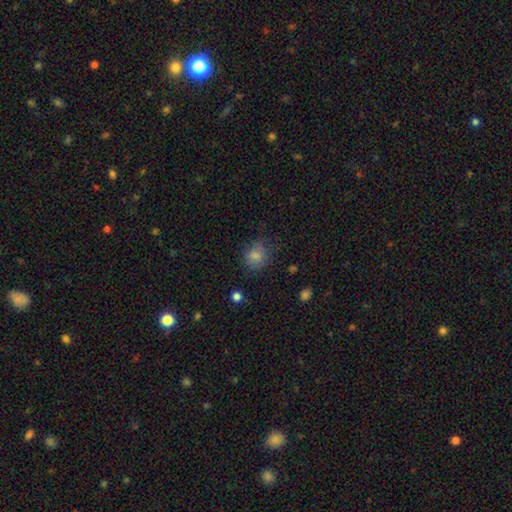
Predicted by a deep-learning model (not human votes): Smooth or featured? Predicted: smooth (p=0.83). How rounded? Predicted: round (p=0.77). Merging? Predicted: none (p=0.74).